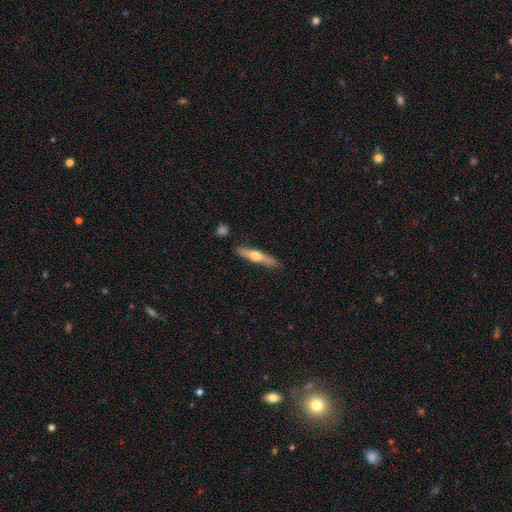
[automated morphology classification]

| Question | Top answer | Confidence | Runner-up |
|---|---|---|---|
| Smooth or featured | featured or disk | 52% | smooth (42%) |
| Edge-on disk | yes | 94% | no (6%) |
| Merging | none | 85% | minor disturbance (10%) |